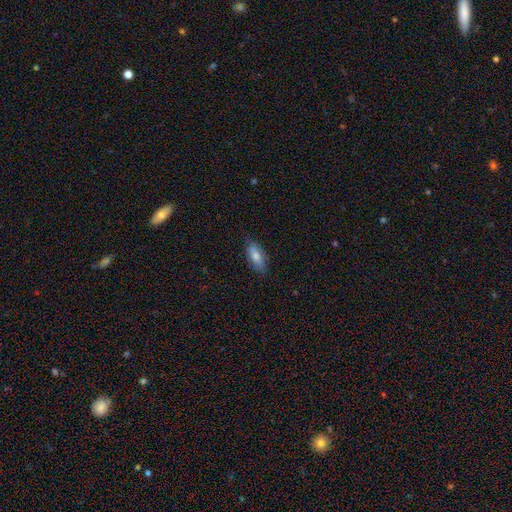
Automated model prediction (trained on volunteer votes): This is likely a smooth galaxy (77%). How rounded: likely in between (78%). Merging: clearly none (80%).